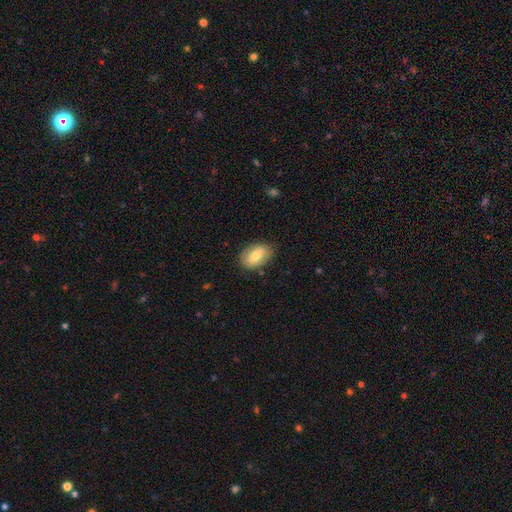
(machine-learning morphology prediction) Q: Smooth or featured?
A: smooth (74%); runner-up: featured or disk (19%)
Q: How rounded?
A: in between (90%); runner-up: round (8%)
Q: Merging?
A: none (82%); runner-up: minor disturbance (14%)